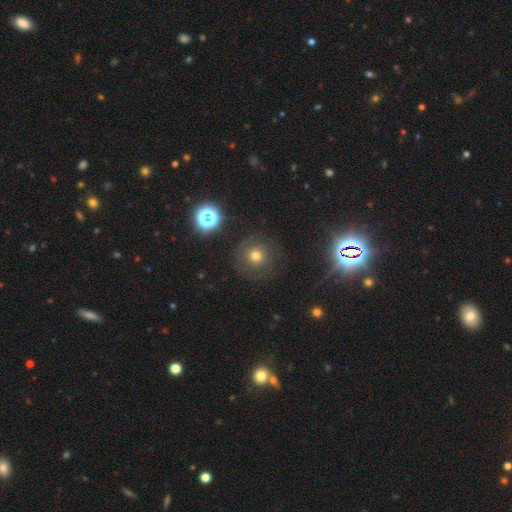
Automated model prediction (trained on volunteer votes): This appears to be a smooth galaxy with no disk features (55%) that is round (94%). Merging: none (80%).